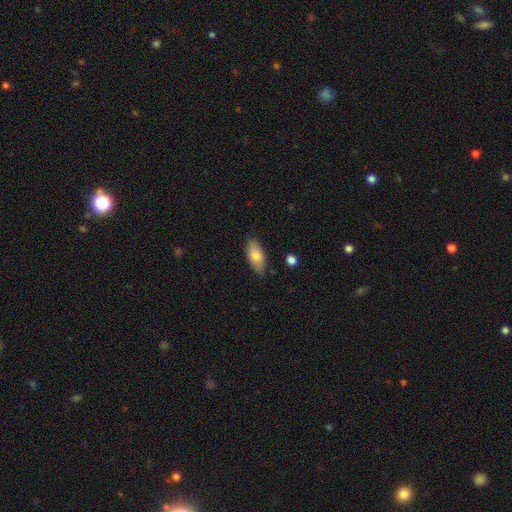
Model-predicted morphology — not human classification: Smooth or featured: smooth — 78% (featured or disk — 16%)
How rounded: in between — 87% (cigar-shaped — 10%)
Merging: none — 82% (minor disturbance — 14%)